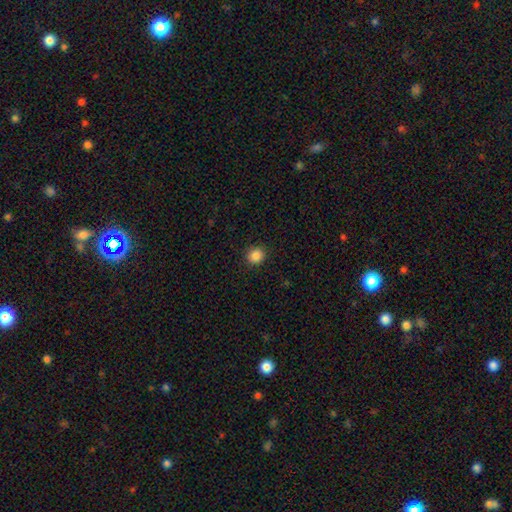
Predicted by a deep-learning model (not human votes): Morphology: type=smooth (86%); roundness=round (88%); merging=none (91%).